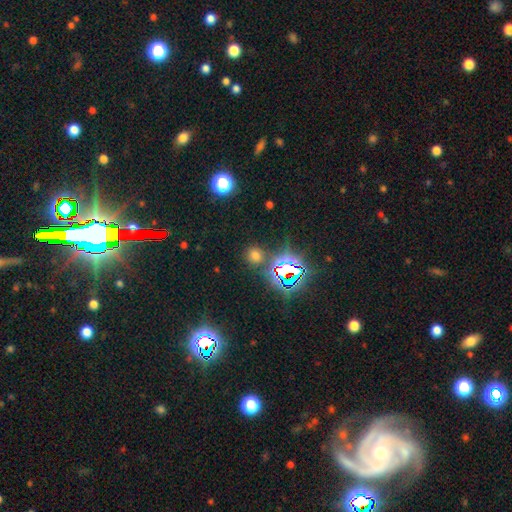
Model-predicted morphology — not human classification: This is possibly a smooth galaxy (54%). How rounded: likely round (79%). Merging: clearly none (83%).